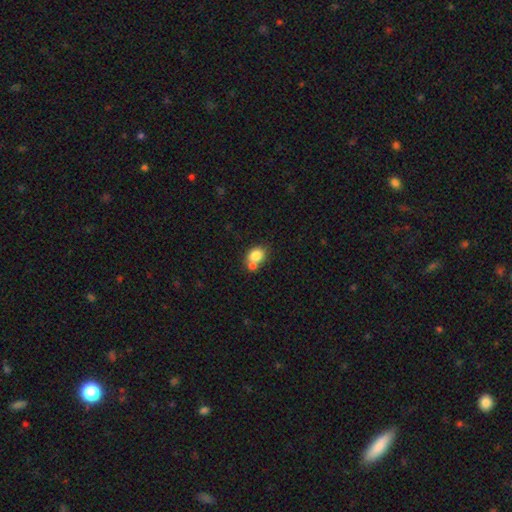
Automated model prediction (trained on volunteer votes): Smooth or featured? Predicted: smooth (p=0.81). How rounded? Predicted: round (p=0.51). Merging? Predicted: merger (p=0.43, tied with none).